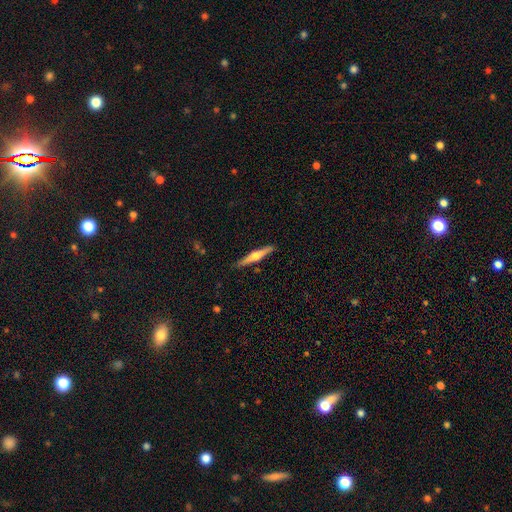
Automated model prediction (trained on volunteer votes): Smooth or featured? featured or disk (65%)
Edge-on disk? yes (97%)
Edge-on bulge? rounded (91%)
Merging? none (89%)